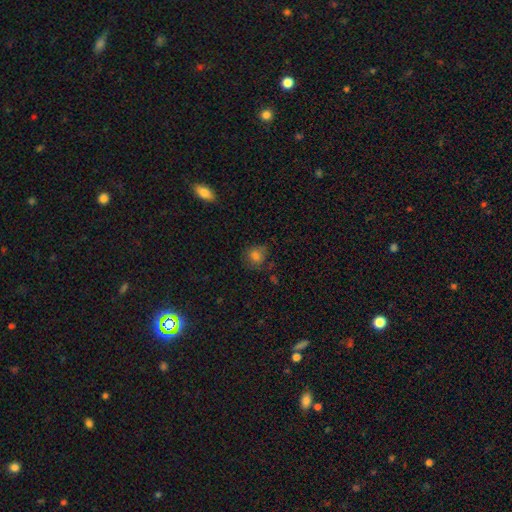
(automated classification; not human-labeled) smooth_or_featured: smooth (p=0.78) [alt: star or artifact p=0.14]
how_rounded: round (p=0.76) [alt: in between p=0.23]
merging: none (p=0.70) [alt: minor disturbance p=0.21]